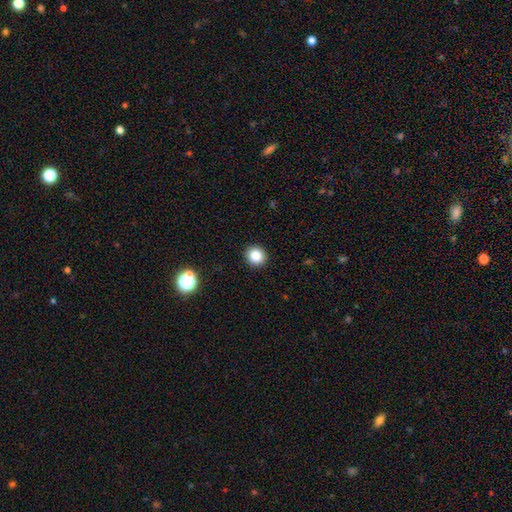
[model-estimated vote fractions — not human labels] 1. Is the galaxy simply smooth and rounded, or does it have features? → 83% smooth, 12% star or artifact, 5% featured or disk.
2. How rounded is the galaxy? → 92% round, 7% in between, 1% cigar-shaped.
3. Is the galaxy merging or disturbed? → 92% none, 5% minor disturbance, 2% major disturbance, 1% merger.